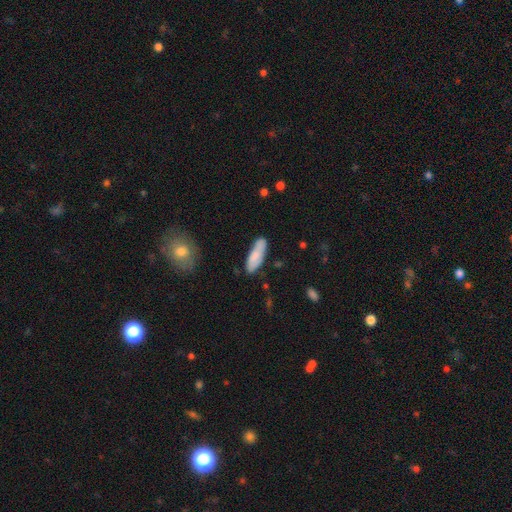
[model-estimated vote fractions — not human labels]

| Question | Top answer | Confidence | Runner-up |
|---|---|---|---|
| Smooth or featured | smooth | 77% | featured or disk (17%) |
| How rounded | in between | 58% | cigar-shaped (40%) |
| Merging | none | 78% | minor disturbance (16%) |